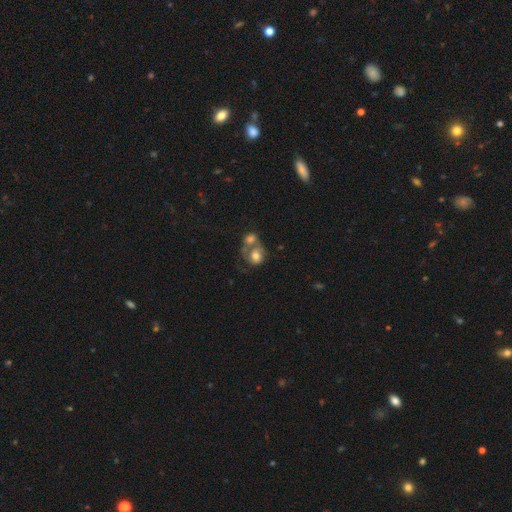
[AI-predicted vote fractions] A smooth galaxy with no disk features (62%) that is round (65%).

Vote fractions:
- Smooth or featured? smooth: 62% / featured or disk: 30% / star or artifact: 8%
- How rounded? round: 65% / in between: 34% / cigar-shaped: 1%
- Merging? merger: 68% / none: 15% / major disturbance: 9% / minor disturbance: 7%